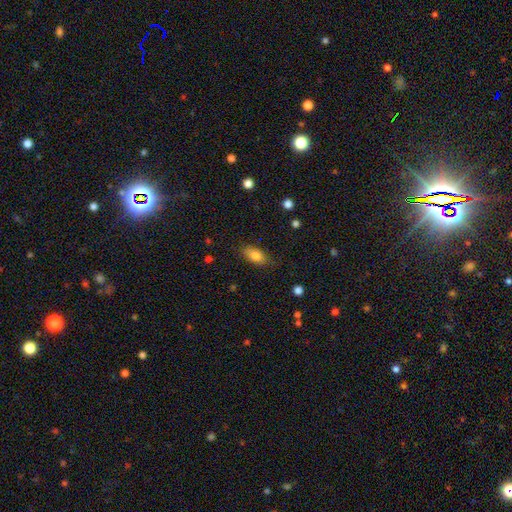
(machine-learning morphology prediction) smooth-or-featured: smooth: 82% | featured or disk: 10% | star or artifact: 8%
  how-rounded: in between: 87% | cigar-shaped: 8% | round: 5%
  merging: none: 78% | minor disturbance: 17% | major disturbance: 4% | merger: 1%